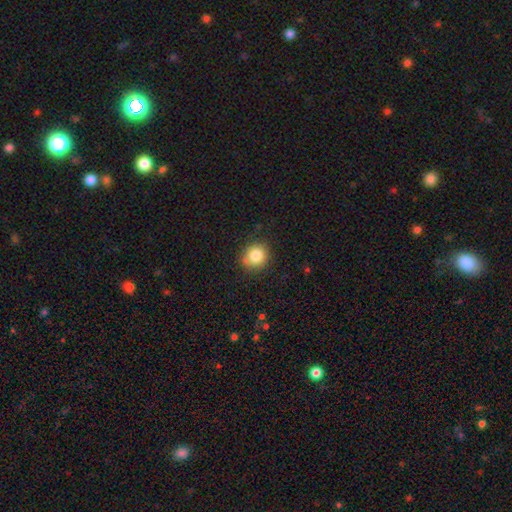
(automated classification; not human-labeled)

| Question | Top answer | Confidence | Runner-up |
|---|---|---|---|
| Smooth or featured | smooth | 84% | star or artifact (10%) |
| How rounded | round | 87% | in between (12%) |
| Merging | none | 82% | minor disturbance (13%) |